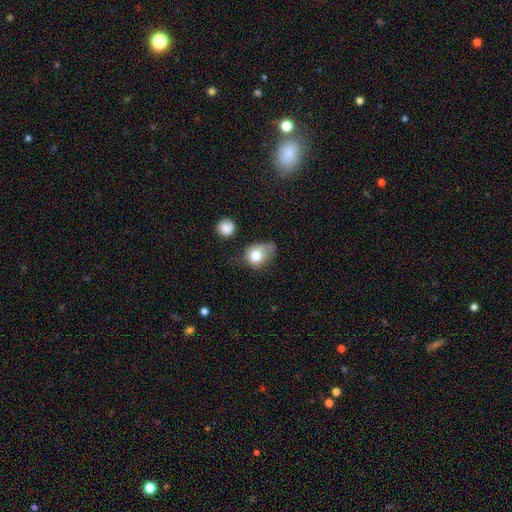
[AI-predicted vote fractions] smooth-or-featured: smooth: 74% | featured or disk: 17% | star or artifact: 9%
  how-rounded: round: 54% | in between: 45% | cigar-shaped: 1%
  merging: minor disturbance: 37% | major disturbance: 30% | none: 28% | merger: 5%